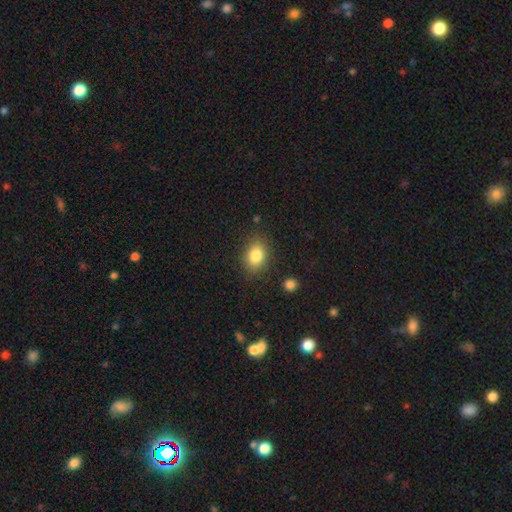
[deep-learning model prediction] Q: Smooth or featured?
A: smooth (83%); runner-up: star or artifact (9%)
Q: How rounded?
A: in between (69%); runner-up: round (30%)
Q: Merging?
A: none (82%); runner-up: minor disturbance (12%)